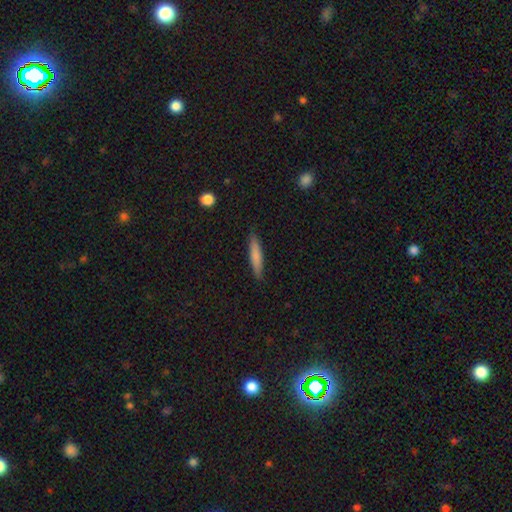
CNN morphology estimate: Smooth or featured: smooth — 78% (featured or disk — 17%)
How rounded: cigar-shaped — 88% (in between — 10%)
Merging: none — 89% (minor disturbance — 9%)